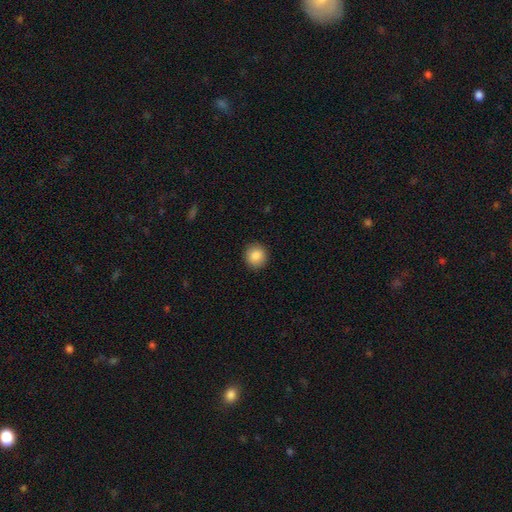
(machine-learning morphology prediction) This is clearly a smooth galaxy (87%). How rounded: clearly round (92%). Merging: clearly none (92%).